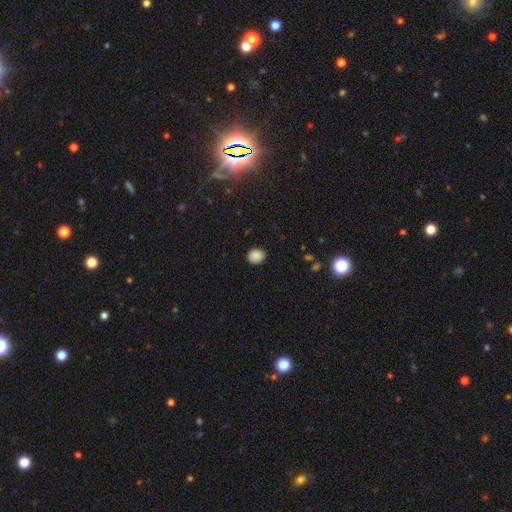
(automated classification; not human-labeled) smooth_or_featured: smooth (p=0.87) [alt: star or artifact p=0.10]
how_rounded: round (p=0.76) [alt: in between p=0.23]
merging: none (p=0.89) [alt: minor disturbance p=0.08]